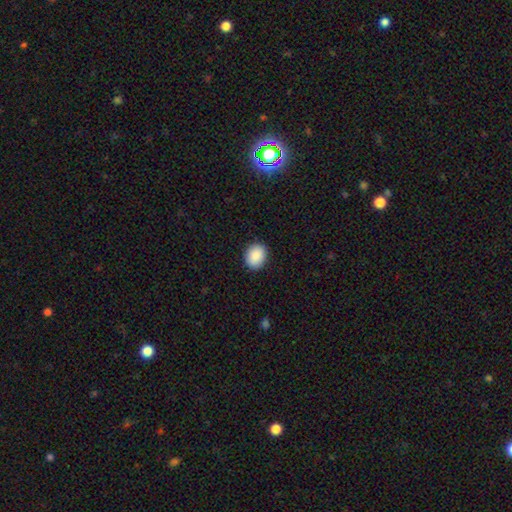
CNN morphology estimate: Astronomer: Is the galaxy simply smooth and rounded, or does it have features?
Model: smooth — 90%.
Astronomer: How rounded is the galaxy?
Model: in between — 58% (runner-up: round, 41%).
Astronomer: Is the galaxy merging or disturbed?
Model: none — 89%.